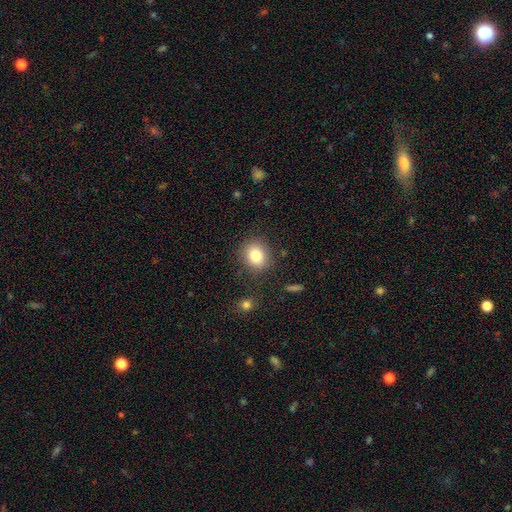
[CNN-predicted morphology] Smooth or featured? smooth (81%)
How rounded? round (71%)
Merging? none (85%)